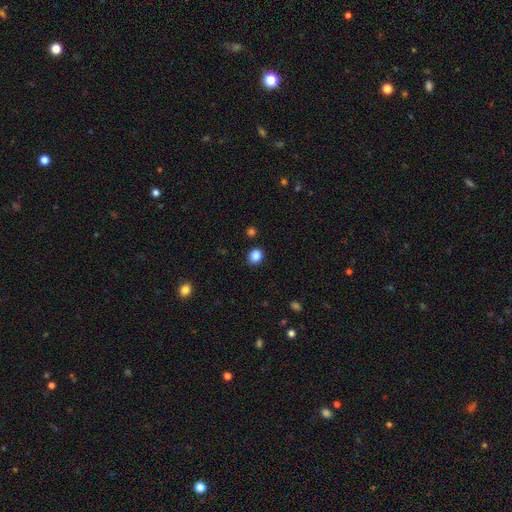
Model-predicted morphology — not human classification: The model was most divided on "how rounded": round: 74%, in between: 25%, cigar-shaped: 1%. More confident: merging — none (88%); smooth or featured — smooth (86%).